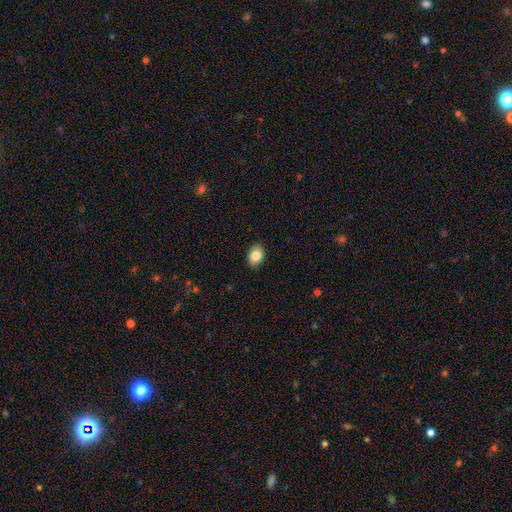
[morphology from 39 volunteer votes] Smooth or featured? smooth (82%)
How rounded? in between (66%)
Merging? none (89%)